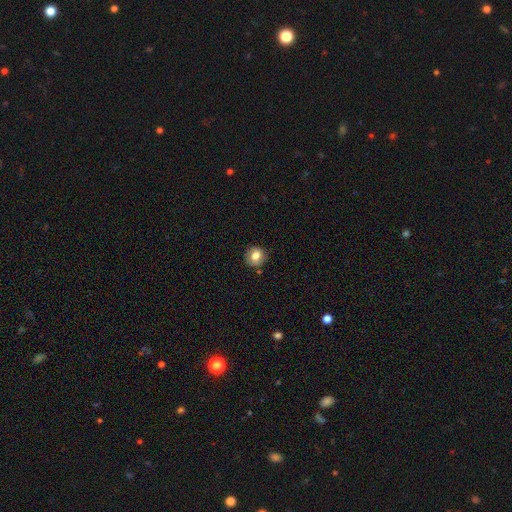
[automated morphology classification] This appears to be a smooth galaxy with no disk features (73%) that is round (82%). Merging: none (81%).